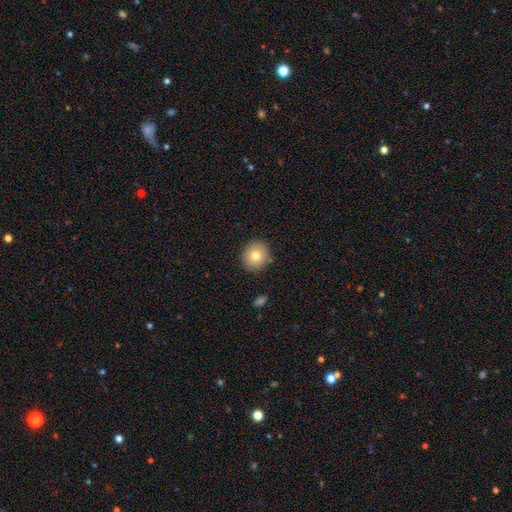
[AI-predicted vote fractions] Smooth or featured: smooth — 79% (featured or disk — 11%)
How rounded: round — 87% (in between — 12%)
Merging: none — 88% (minor disturbance — 8%)